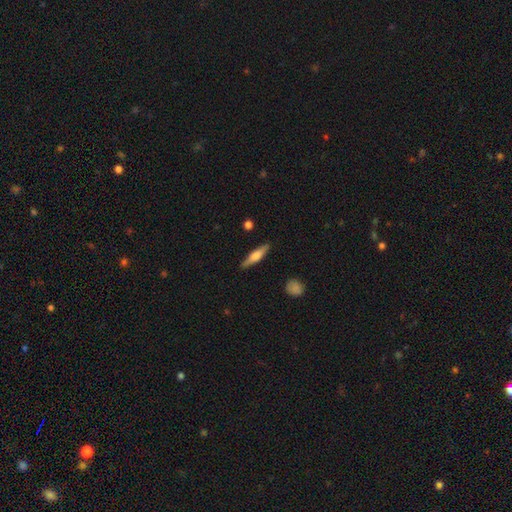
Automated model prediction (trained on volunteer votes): Q: Smooth or featured?
A: featured or disk (48%); runner-up: smooth (46%)
Q: Merging?
A: none (87%); runner-up: minor disturbance (9%)